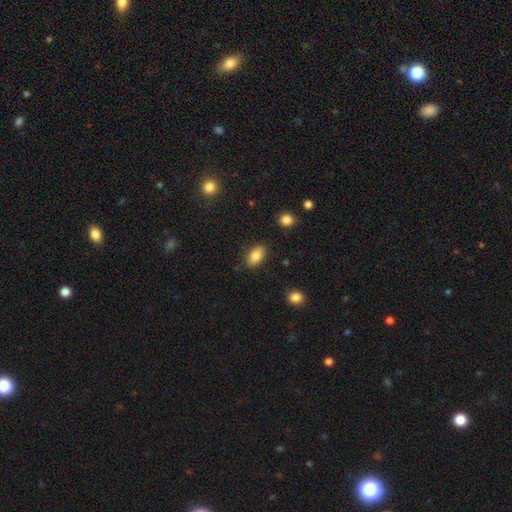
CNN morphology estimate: The model was most divided on "smooth or featured": smooth: 80%, featured or disk: 12%, star or artifact: 8%. More confident: how rounded — in between (89%); merging — none (85%).